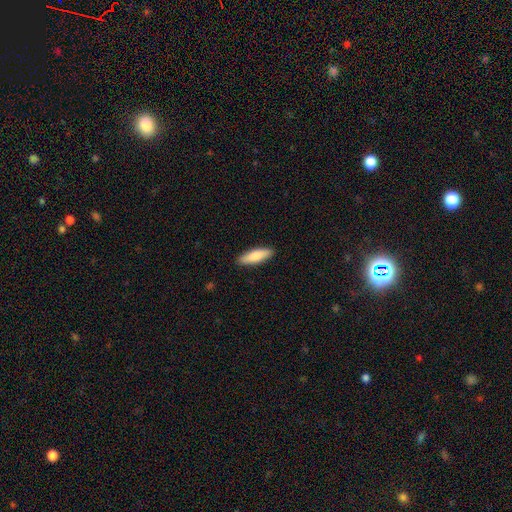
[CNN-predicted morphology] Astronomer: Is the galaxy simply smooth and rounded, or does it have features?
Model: smooth — 79%.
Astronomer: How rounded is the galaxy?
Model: cigar-shaped — 54% (runner-up: in between, 45%).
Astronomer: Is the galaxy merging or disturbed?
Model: none — 90%.